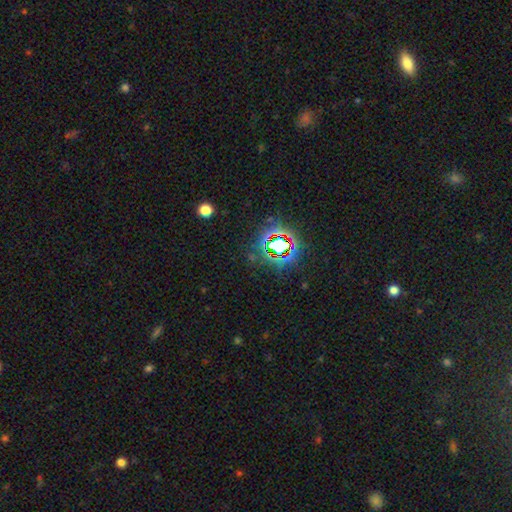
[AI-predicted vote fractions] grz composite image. It shows a star or artifact, not a galaxy (79%).